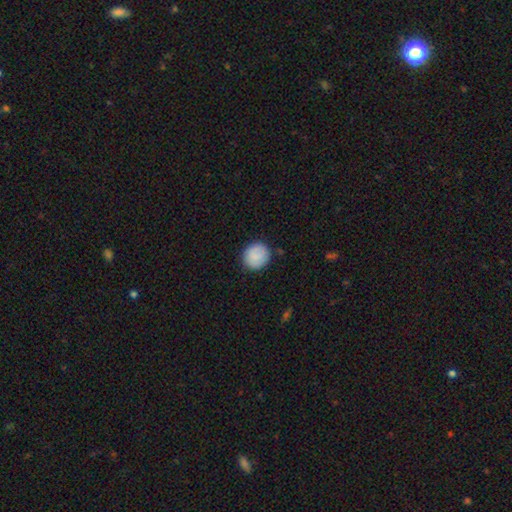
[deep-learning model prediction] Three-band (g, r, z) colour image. It shows a smooth galaxy with no disk features (85%) that is round (89%). Merging: none (86%).